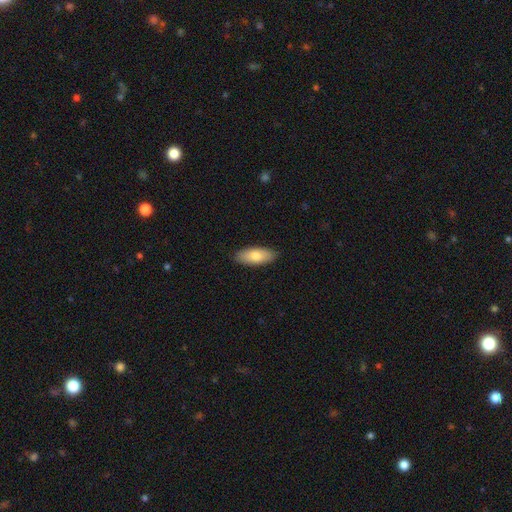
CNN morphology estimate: Overall: smooth (77%). How rounded: in between (80%). Merging: none (88%).